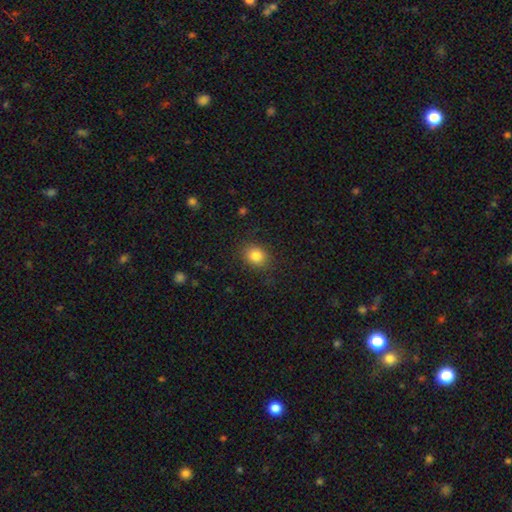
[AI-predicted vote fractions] This appears to be a smooth galaxy with no disk features (83%) that is round (61%). Merging: none (86%).